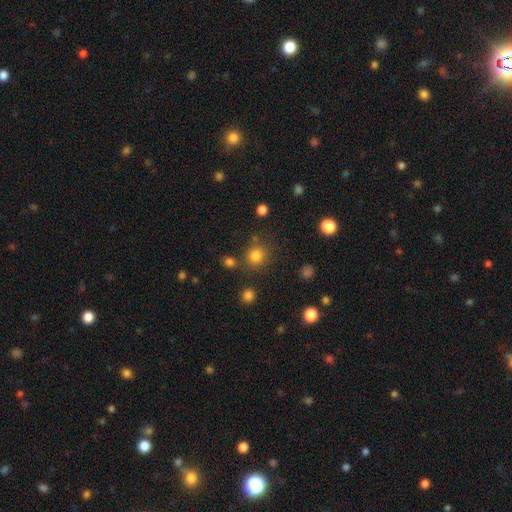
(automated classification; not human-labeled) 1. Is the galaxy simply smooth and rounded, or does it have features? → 81% smooth, 14% star or artifact, 5% featured or disk.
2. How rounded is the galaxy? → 90% round, 9% in between, 1% cigar-shaped.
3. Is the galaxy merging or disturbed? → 78% none, 9% merger, 9% minor disturbance, 4% major disturbance.